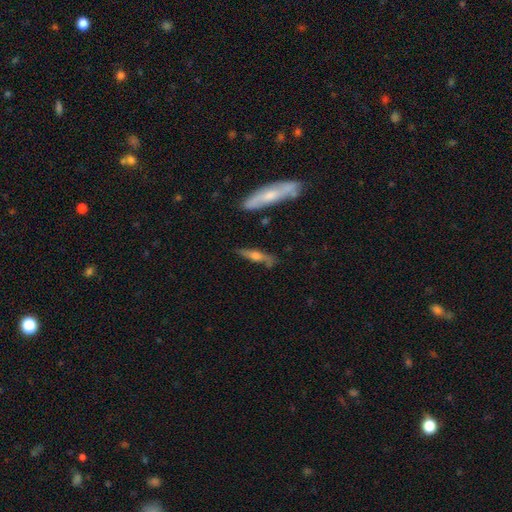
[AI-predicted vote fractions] This appears to be a featured or disk galaxy (57%) viewed edge-on (82%). Merging: none (71%).